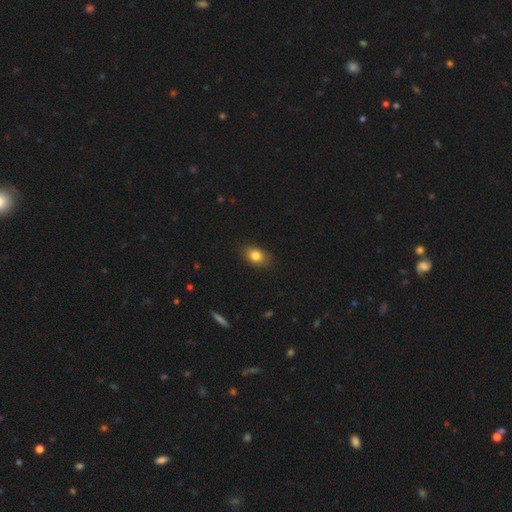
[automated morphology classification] smooth_or_featured: smooth (p=0.82) [alt: star or artifact p=0.09]
how_rounded: in between (p=0.75) [alt: round p=0.23]
merging: none (p=0.84) [alt: minor disturbance p=0.12]